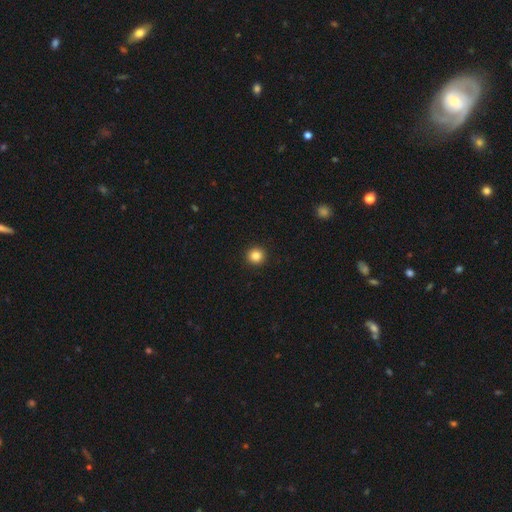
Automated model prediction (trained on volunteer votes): smooth 85%, star or artifact 11%, featured or disk 4%. Down the decision tree: how rounded — round (95%); merging — none (94%).